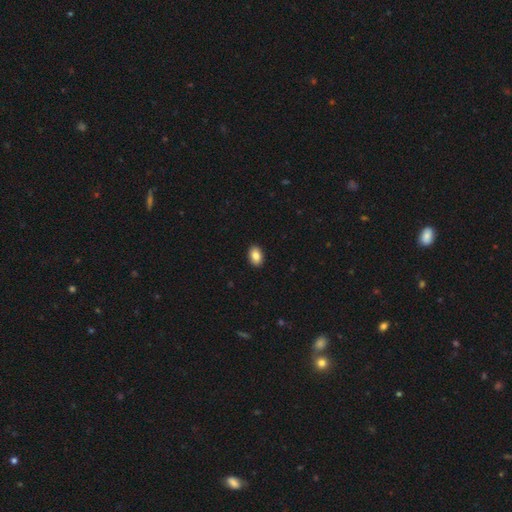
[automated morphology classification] Smooth or featured?
  - smooth: 86% *
  - star or artifact: 8%
  - featured or disk: 7%
How rounded?
  - in between: 85% *
  - round: 14%
  - cigar-shaped: 1%
Merging?
  - none: 91% *
  - minor disturbance: 6%
  - major disturbance: 2%
  - merger: 1%